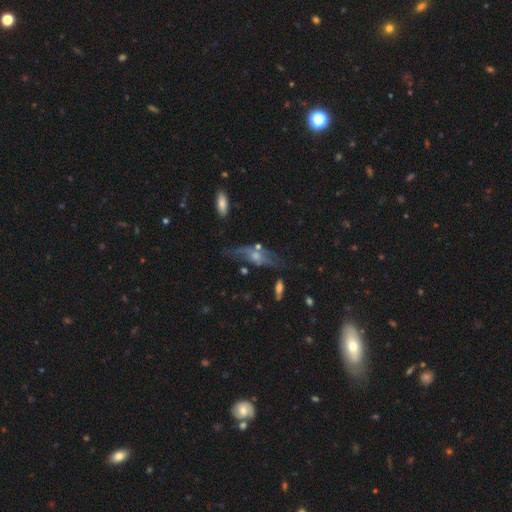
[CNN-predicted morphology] smooth-or-featured: featured or disk: 56% | smooth: 32% | star or artifact: 12%
  disk-edge-on: no: 59% | yes: 41%
  merging: none: 43% | minor disturbance: 26% | major disturbance: 22% | merger: 9%